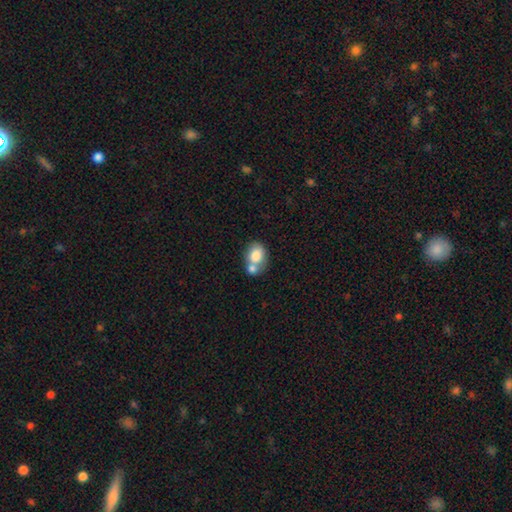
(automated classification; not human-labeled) Q: Smooth or featured?
A: smooth (78%); runner-up: featured or disk (14%)
Q: How rounded?
A: in between (59%); runner-up: round (40%)
Q: Merging?
A: merger (52%); runner-up: none (32%)